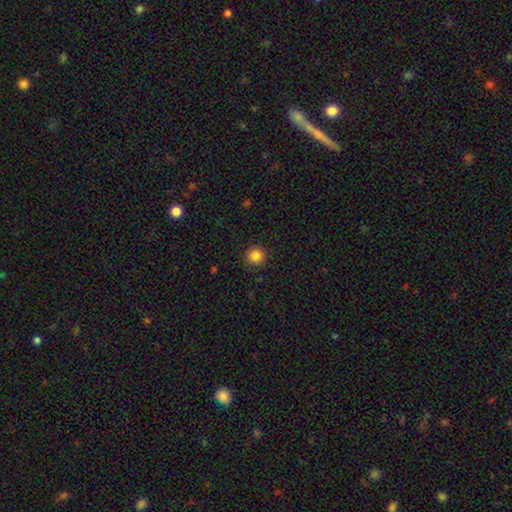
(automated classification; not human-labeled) A smooth galaxy with no disk features (85%) that is round (94%). Merging: none (92%).